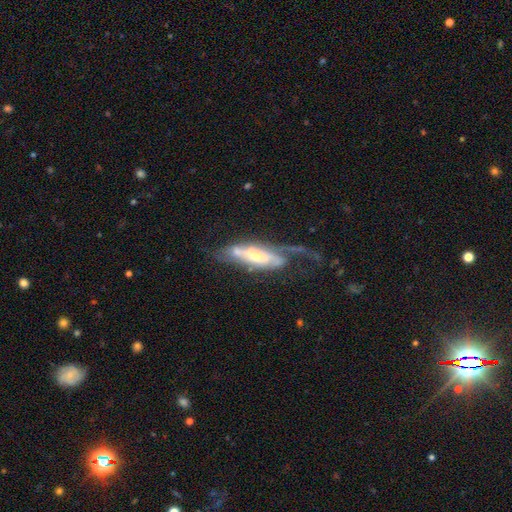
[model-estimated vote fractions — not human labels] This is likely a featured or disk galaxy (73%). It is likely not viewed edge-on (75%). Bar: possibly no (51%). Spiral arm pattern: likely yes (76%). Central bulge: possibly moderate (50%). Merging: marginally major disturbance (39%).